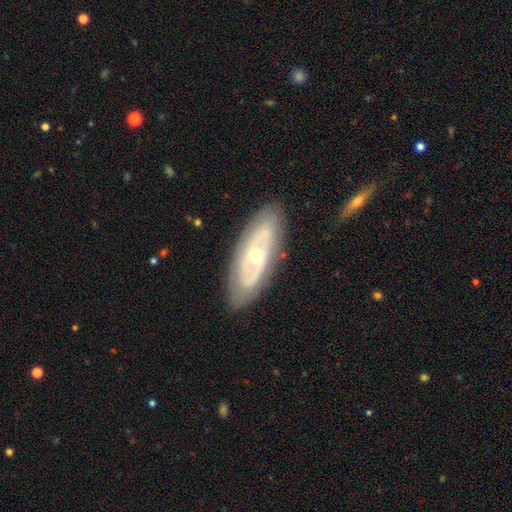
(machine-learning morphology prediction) A featured or disk galaxy (76%) with no bar (58%), spiral arms (72%) and a moderate central bulge (53%).

Vote fractions:
- Smooth or featured? featured or disk: 76% / smooth: 19% / star or artifact: 5%
- Edge-on disk? no: 87% / yes: 13%
- Bar? no: 58% / weak: 32% / strong: 10%
- Spiral arms? yes: 72% / no: 28%
- Bulge size? moderate: 53% / small: 41% / large: 3% / none: 1% / dominant: 1%
- Merging? none: 83% / minor disturbance: 12% / major disturbance: 3% / merger: 1%